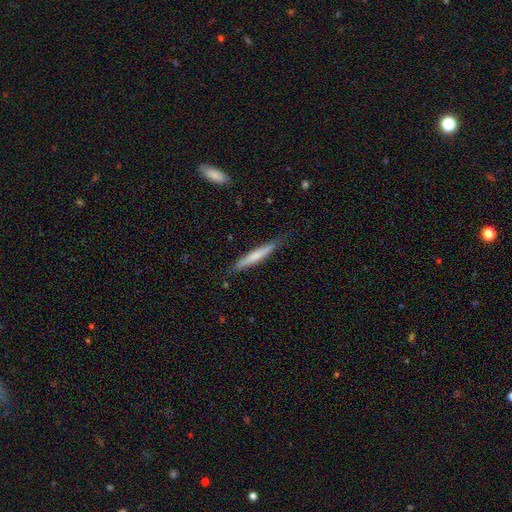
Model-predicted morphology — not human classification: Overall: smooth (62%; featured or disk 33%). How rounded: cigar-shaped (94%). Merging: none (81%).